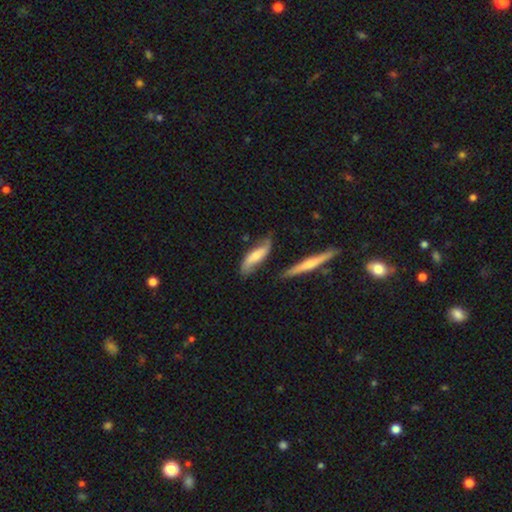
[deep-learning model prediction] This appears to be a featured or disk galaxy (52%). Merging: none (66%).